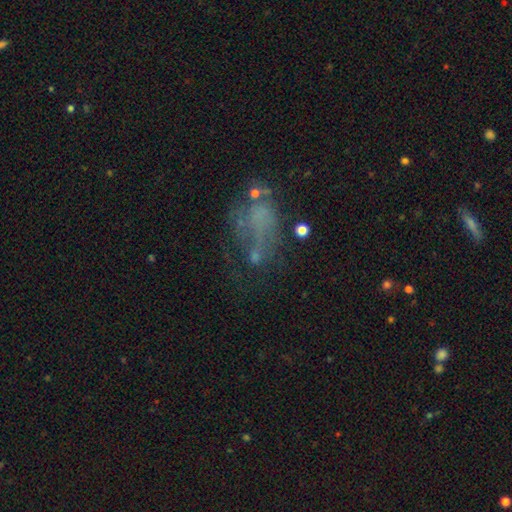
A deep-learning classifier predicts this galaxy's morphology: Smooth or featured?
  - featured or disk: 42% *
  - smooth: 36%
  - star or artifact: 23%
Merging?
  - major disturbance: 38% *
  - none: 33%
  - minor disturbance: 18%
  - merger: 11%